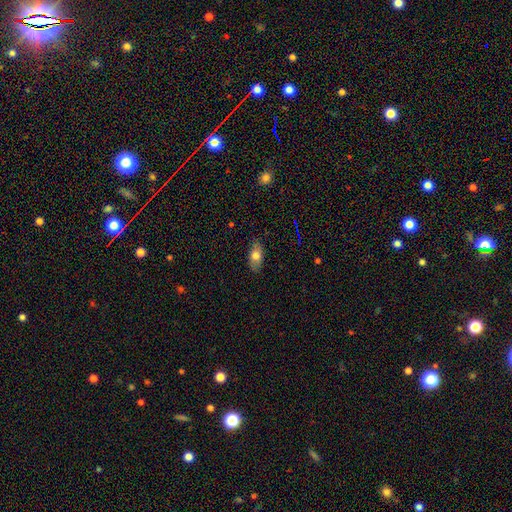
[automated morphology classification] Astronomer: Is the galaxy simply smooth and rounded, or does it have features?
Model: smooth — 70%.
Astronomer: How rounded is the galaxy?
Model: in between — 89%.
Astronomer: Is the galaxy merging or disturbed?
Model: none — 83%.